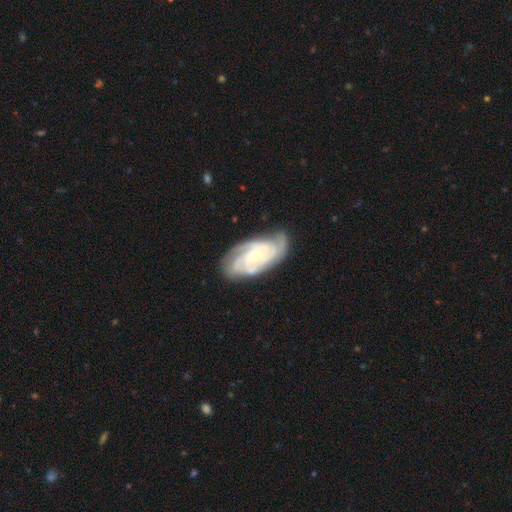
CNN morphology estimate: The model was most divided on "spiral arm count": 3: 40%, 4: 21%, 2: 16%, can't tell: 15%, more than 4: 4%, 1: 4%. More confident: spiral arms — yes (98%); edge-on disk — no (96%); smooth or featured — featured or disk (87%); merging — none (73%); spiral winding — tight (69%); bar — no (65%); bulge size — small (61%).